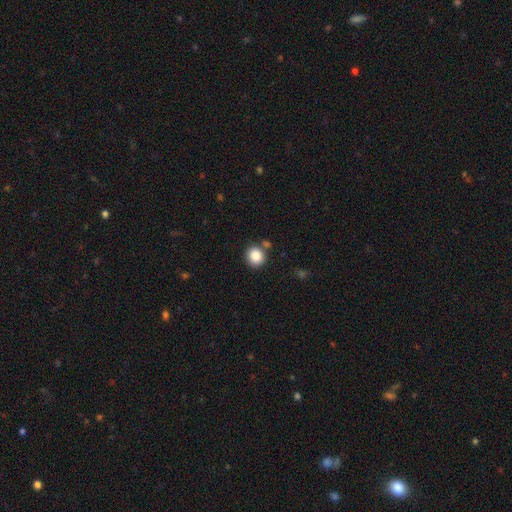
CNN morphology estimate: smooth-or-featured: smooth: 86% | star or artifact: 9% | featured or disk: 4%
  how-rounded: round: 86% | in between: 13% | cigar-shaped: 1%
  merging: none: 80% | minor disturbance: 9% | merger: 8% | major disturbance: 3%